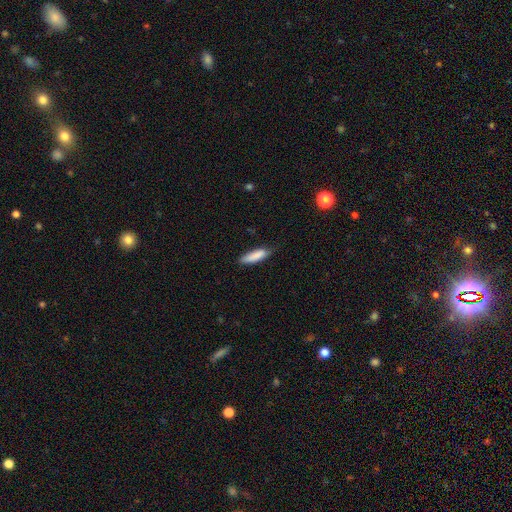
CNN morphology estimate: smooth 86%, featured or disk 8%, star or artifact 6%. Down the decision tree: how rounded — cigar-shaped (63%); merging — none (69%).